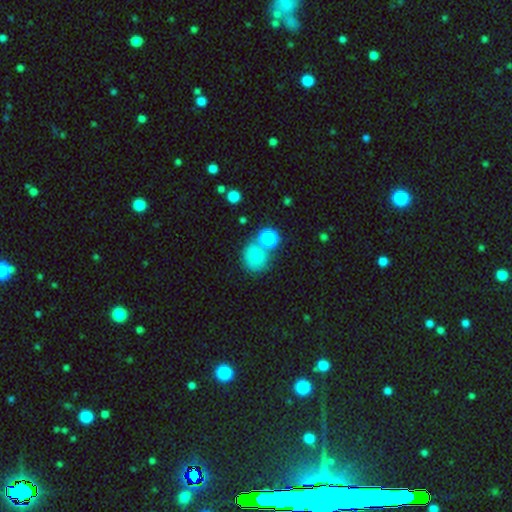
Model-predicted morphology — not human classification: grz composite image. It shows a smooth galaxy with no disk features (75%) that is round (82%). Merging: none (56%).